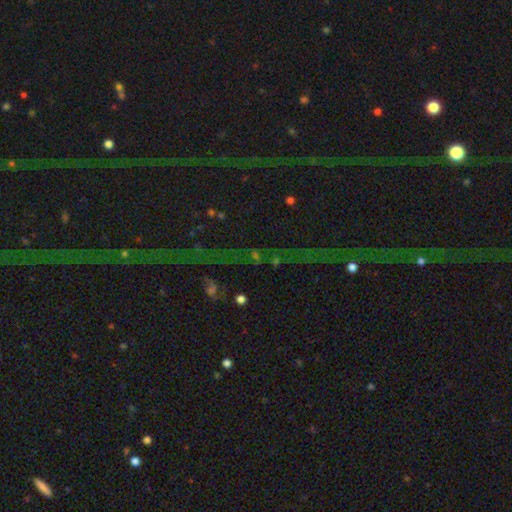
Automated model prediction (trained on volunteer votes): A star or artifact, not a galaxy (67%).

Vote fractions:
- Smooth or featured? star or artifact: 67% / smooth: 18% / featured or disk: 15%